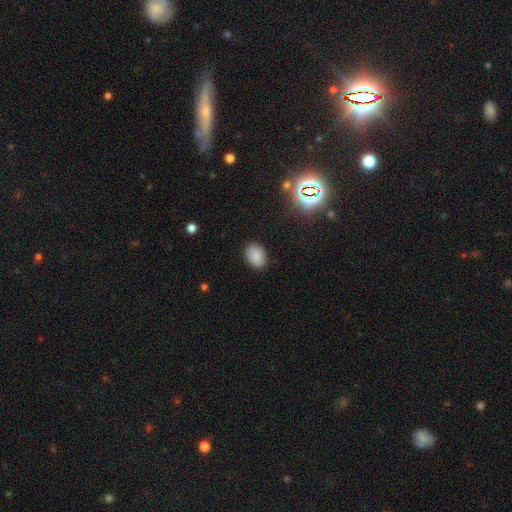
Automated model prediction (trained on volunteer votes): This appears to be a smooth galaxy with no disk features (85%) that is in between round and cigar-shaped (77%). Merging: none (87%).